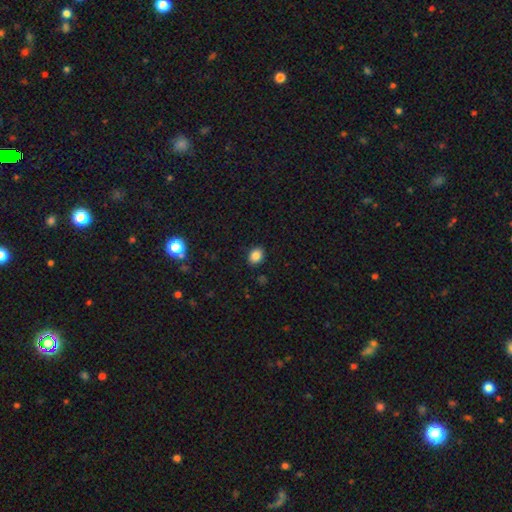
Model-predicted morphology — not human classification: smooth_or_featured: smooth (p=0.86) [alt: star or artifact p=0.10]
how_rounded: in between (p=0.56) [alt: round p=0.43]
merging: none (p=0.89) [alt: minor disturbance p=0.08]